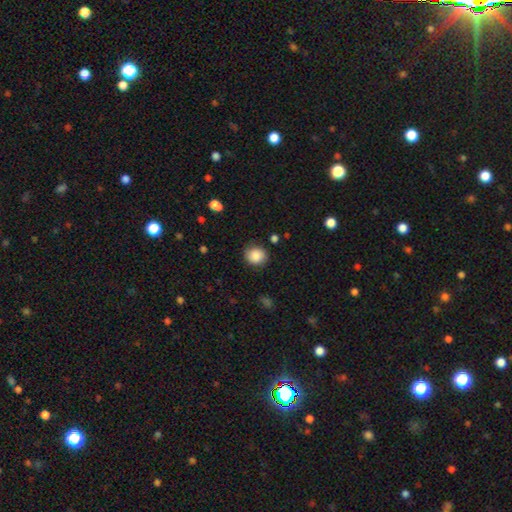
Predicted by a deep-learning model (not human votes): Smooth or featured: smooth — 87% (star or artifact — 8%)
How rounded: round — 80% (in between — 19%)
Merging: none — 82% (minor disturbance — 13%)